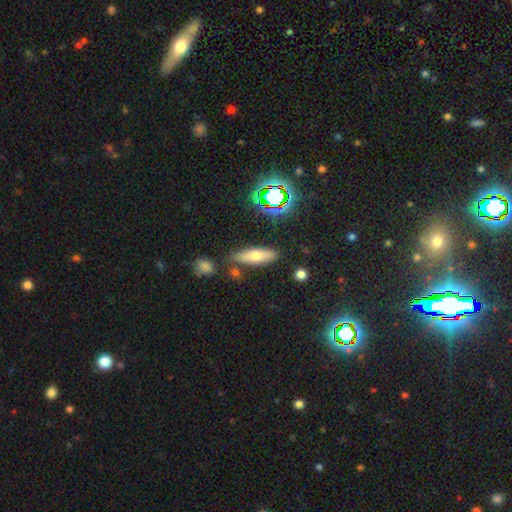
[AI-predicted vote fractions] The model was most divided on "how rounded": cigar-shaped: 53%, in between: 44%, round: 3%. More confident: merging — none (79%); smooth or featured — smooth (62%).